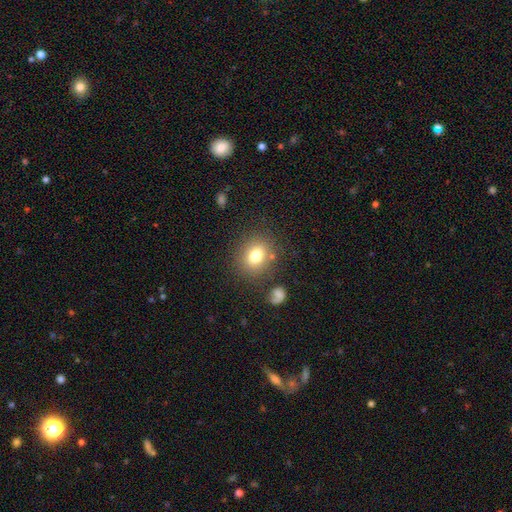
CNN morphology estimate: A smooth galaxy with no disk features (78%) that is round (58%).

Vote fractions:
- Smooth or featured? smooth: 78% / star or artifact: 11% / featured or disk: 10%
- How rounded? round: 58% / in between: 41% / cigar-shaped: 1%
- Merging? none: 79% / minor disturbance: 11% / merger: 5% / major disturbance: 5%